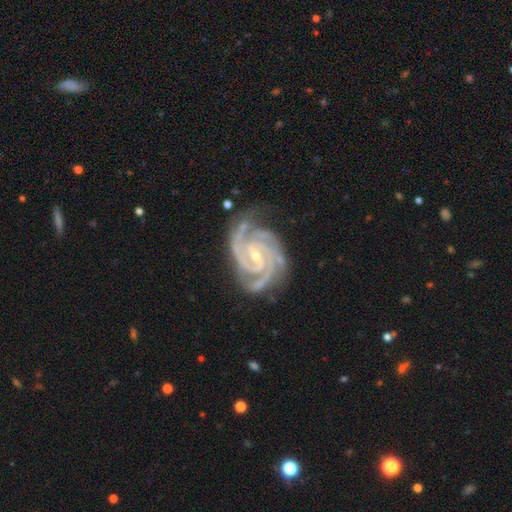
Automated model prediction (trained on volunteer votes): Smooth or featured? featured or disk (94%)
Edge-on disk? no (98%)
Bar? weak (41%)
Spiral arms? yes (99%)
Spiral winding? tight (70%)
Spiral arm count? 3 (50%)
Bulge size? small (68%)
Merging? none (69%)